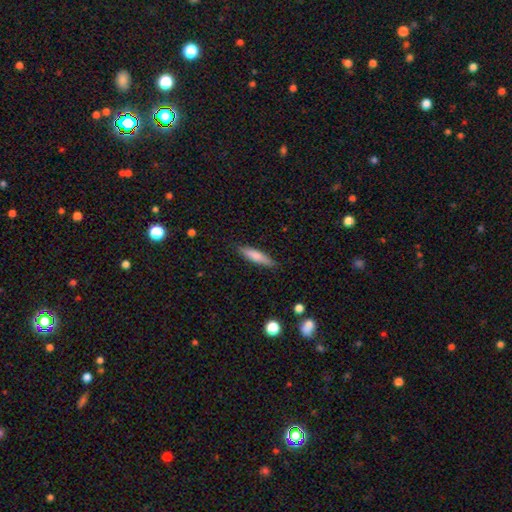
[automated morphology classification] smooth-or-featured: smooth: 76% | featured or disk: 18% | star or artifact: 6%
  how-rounded: cigar-shaped: 78% | in between: 21% | round: 2%
  merging: none: 86% | minor disturbance: 11% | major disturbance: 2% | merger: 1%